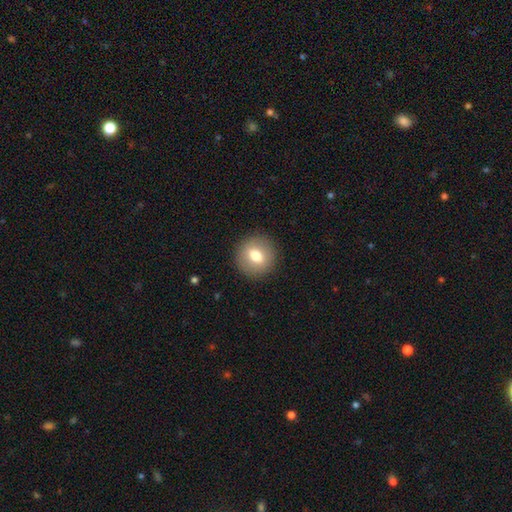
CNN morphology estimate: Q: Smooth or featured?
A: smooth (72%); runner-up: featured or disk (19%)
Q: How rounded?
A: round (87%); runner-up: in between (12%)
Q: Merging?
A: none (90%); runner-up: minor disturbance (7%)